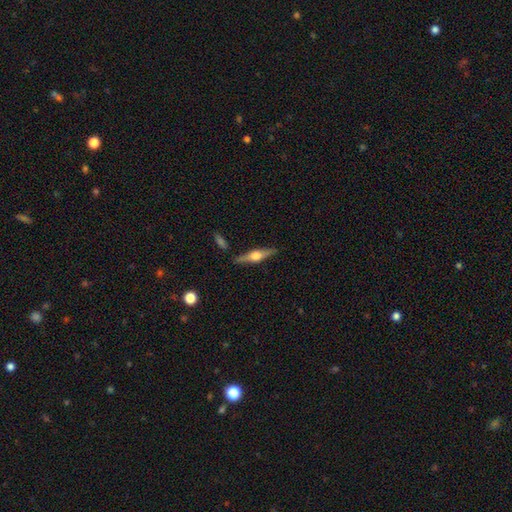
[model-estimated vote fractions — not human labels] smooth-or-featured: featured or disk: 70% | smooth: 24% | star or artifact: 6%
  disk-edge-on: yes: 97% | no: 3%
    edge-on-bulge: rounded: 94% | boxy: 5% | none: 2%
  merging: none: 86% | minor disturbance: 9% | merger: 3% | major disturbance: 2%